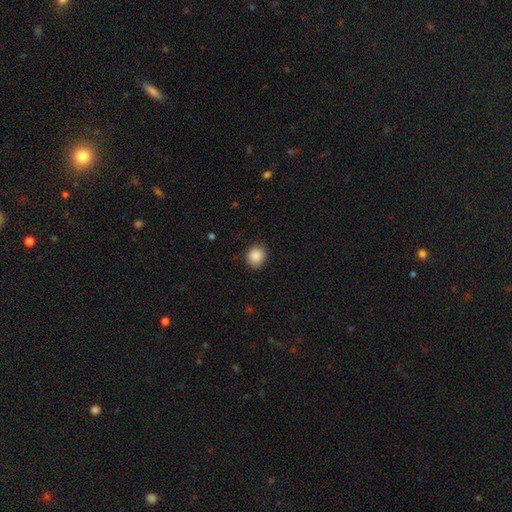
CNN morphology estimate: The model was most divided on "how rounded": round: 79%, in between: 20%, cigar-shaped: 1%. More confident: smooth or featured — smooth (88%); merging — none (85%).